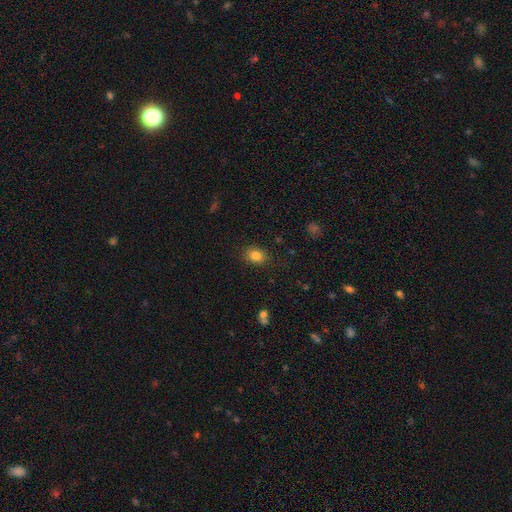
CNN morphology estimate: Q: Smooth or featured?
A: smooth (83%); runner-up: star or artifact (10%)
Q: How rounded?
A: in between (59%); runner-up: round (40%)
Q: Merging?
A: none (86%); runner-up: minor disturbance (10%)